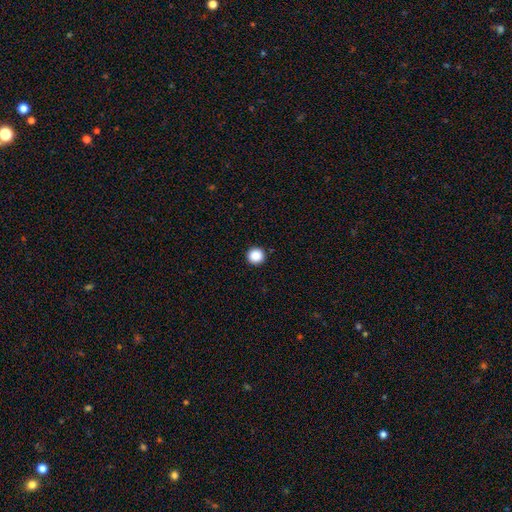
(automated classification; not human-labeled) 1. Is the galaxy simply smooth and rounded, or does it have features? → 88% smooth, 9% star or artifact, 2% featured or disk.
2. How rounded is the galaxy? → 96% round, 3% in between, 1% cigar-shaped.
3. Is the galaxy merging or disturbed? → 93% none, 4% minor disturbance, 2% major disturbance, 1% merger.